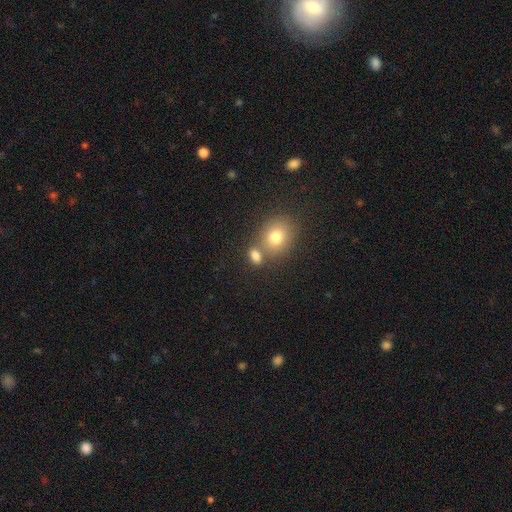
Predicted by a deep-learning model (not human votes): smooth-or-featured: smooth: 79% | star or artifact: 12% | featured or disk: 8%
  how-rounded: in between: 63% | round: 35% | cigar-shaped: 3%
  merging: none: 55% | merger: 30% | minor disturbance: 11% | major disturbance: 4%